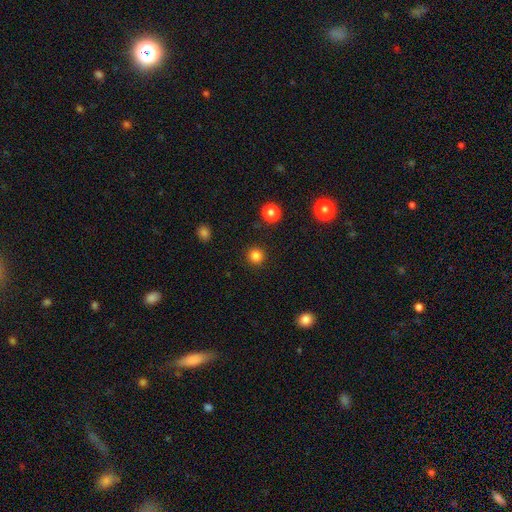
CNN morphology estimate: A smooth galaxy with no disk features (83%) that is round (95%).

Vote fractions:
- Smooth or featured? smooth: 83% / star or artifact: 13% / featured or disk: 4%
- How rounded? round: 95% / in between: 4% / cigar-shaped: 1%
- Merging? none: 92% / minor disturbance: 5% / major disturbance: 2% / merger: 1%